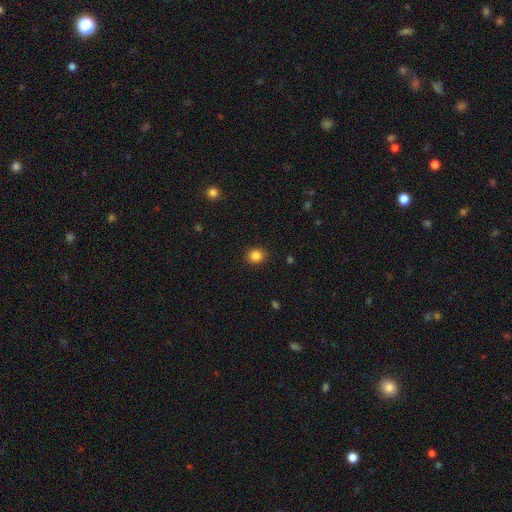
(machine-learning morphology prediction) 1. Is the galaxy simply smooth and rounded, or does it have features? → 85% smooth, 11% star or artifact, 4% featured or disk.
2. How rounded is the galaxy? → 79% round, 21% in between, 1% cigar-shaped.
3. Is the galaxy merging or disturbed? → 90% none, 7% minor disturbance, 2% major disturbance, 1% merger.